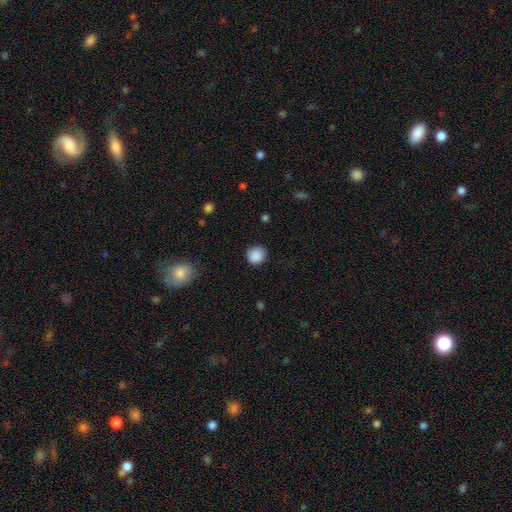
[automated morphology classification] smooth 88%, star or artifact 9%, featured or disk 3%. Down the decision tree: how rounded — round (85%); merging — none (83%).